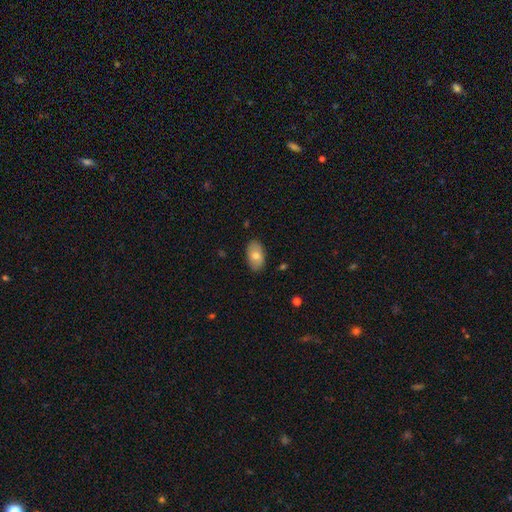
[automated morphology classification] The model was most divided on "smooth or featured": smooth: 74%, featured or disk: 19%, star or artifact: 7%. More confident: how rounded — in between (94%); merging — none (85%).